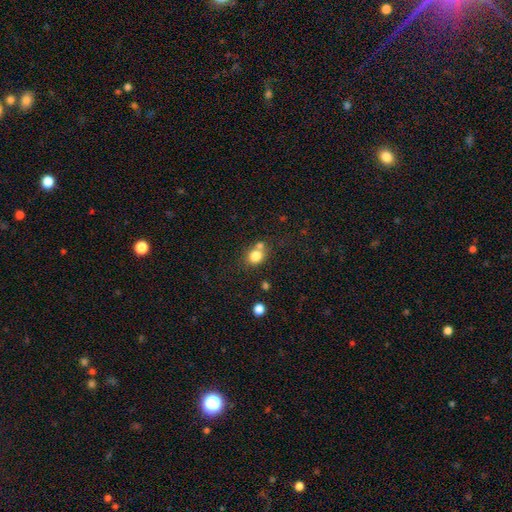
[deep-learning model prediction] smooth-or-featured: smooth: 80% | star or artifact: 12% | featured or disk: 8%
  how-rounded: round: 72% | in between: 27% | cigar-shaped: 1%
  merging: none: 55% | merger: 30% | minor disturbance: 11% | major disturbance: 4%